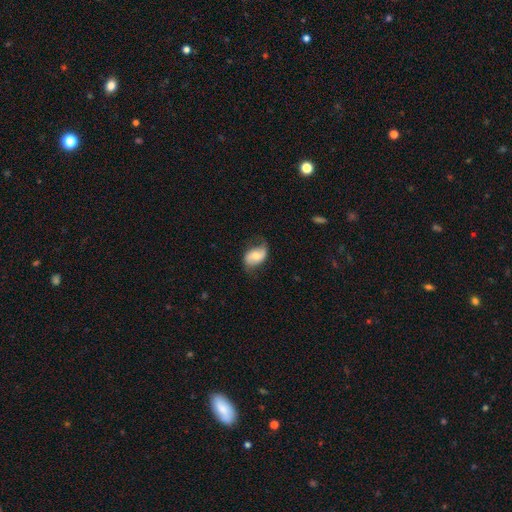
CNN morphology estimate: This is possibly a featured or disk galaxy (48%). Merging: possibly none (58%).